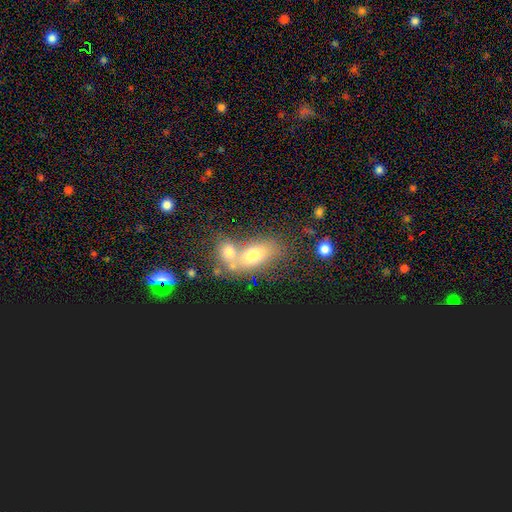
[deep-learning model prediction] A smooth galaxy with no disk features (60%) that is in between round and cigar-shaped (77%). Merging: merger (61%).